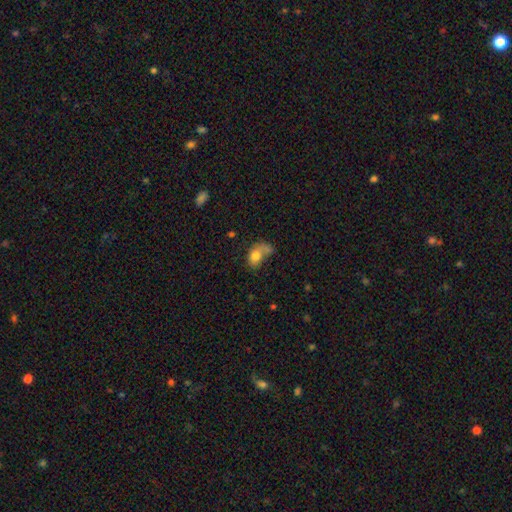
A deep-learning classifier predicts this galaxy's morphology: Q: Smooth or featured?
A: smooth (72%); runner-up: featured or disk (19%)
Q: How rounded?
A: in between (71%); runner-up: round (27%)
Q: Merging?
A: major disturbance (35%); runner-up: none (24%)